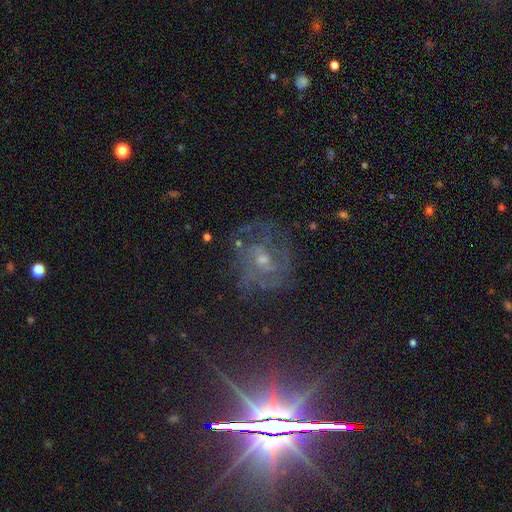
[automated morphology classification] Smooth or featured? featured or disk (66%)
Edge-on disk? no (96%)
Bar? no (57%)
Spiral arms? yes (89%)
Spiral winding? tight (48%)
Spiral arm count? can't tell (38%)
Bulge size? small (58%)
Merging? none (71%)